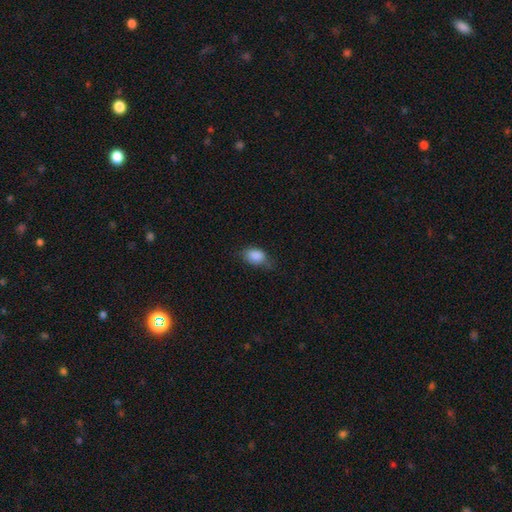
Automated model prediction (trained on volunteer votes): smooth 87%, star or artifact 8%, featured or disk 5%. Down the decision tree: how rounded — in between (78%); merging — none (54%).